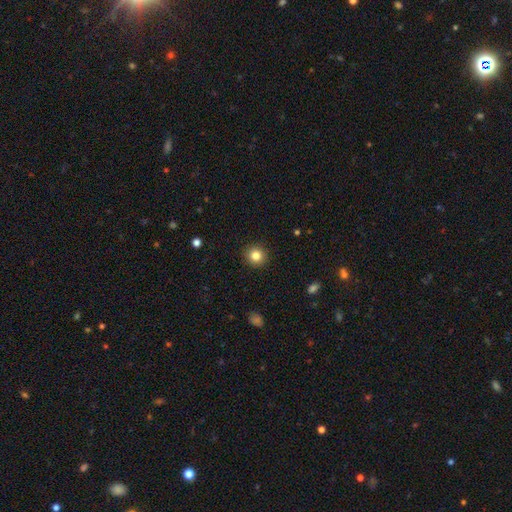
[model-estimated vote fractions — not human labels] smooth_or_featured: smooth (p=0.84) [alt: star or artifact p=0.11]
how_rounded: round (p=0.93) [alt: in between p=0.06]
merging: none (p=0.92) [alt: minor disturbance p=0.05]